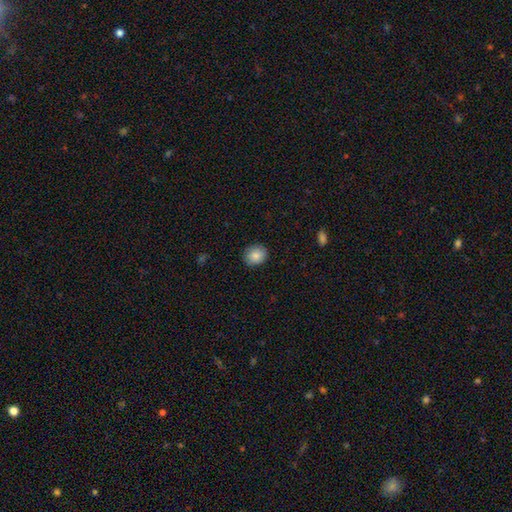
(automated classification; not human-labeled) The model was most divided on "how rounded": round: 64%, in between: 35%, cigar-shaped: 1%. More confident: smooth or featured — smooth (86%); merging — none (86%).